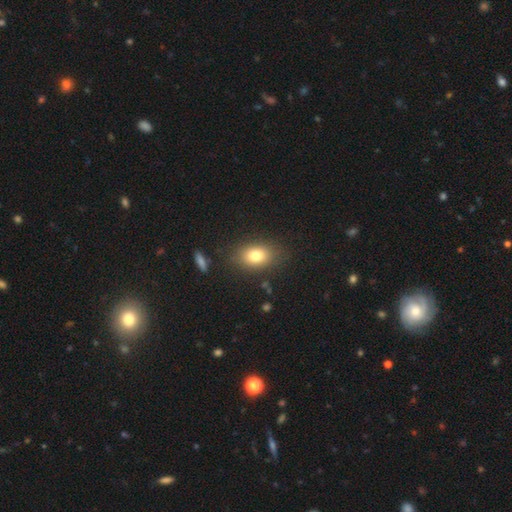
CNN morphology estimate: This appears to be a smooth galaxy with no disk features (78%) that is in between round and cigar-shaped (74%). Merging: none (83%).